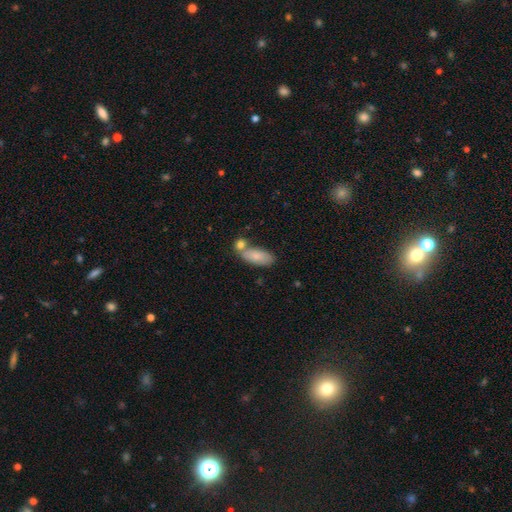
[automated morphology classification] Smooth or featured?
  - smooth: 81% *
  - featured or disk: 13%
  - star or artifact: 6%
How rounded?
  - in between: 80% *
  - cigar-shaped: 17%
  - round: 3%
Merging?
  - none: 53% *
  - merger: 28%
  - minor disturbance: 14%
  - major disturbance: 4%